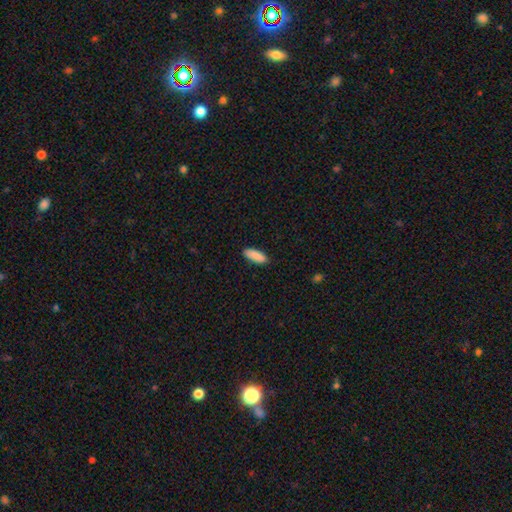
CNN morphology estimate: This appears to be a smooth galaxy with no disk features (89%) that is in between round and cigar-shaped (63%). Merging: none (88%).